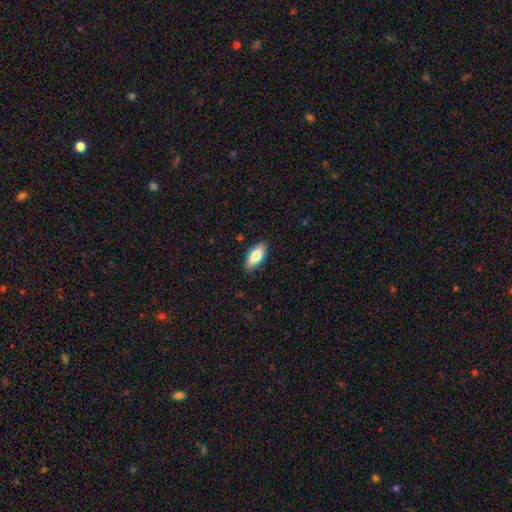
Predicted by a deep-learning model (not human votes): This is likely a smooth galaxy (80%). How rounded: clearly in between (84%). Merging: clearly none (87%).